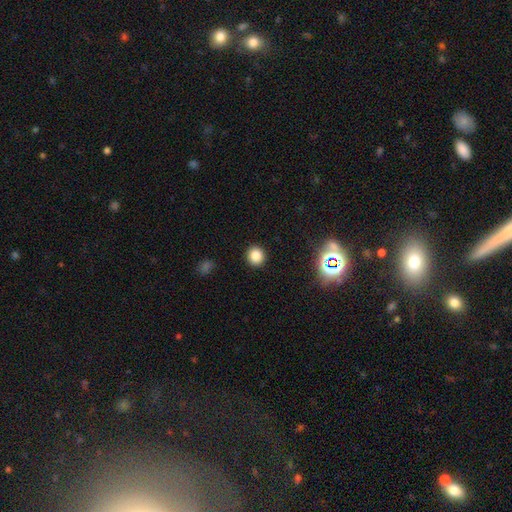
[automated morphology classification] Smooth or featured: smooth — 83% (star or artifact — 13%)
How rounded: round — 90% (in between — 9%)
Merging: none — 92% (minor disturbance — 5%)